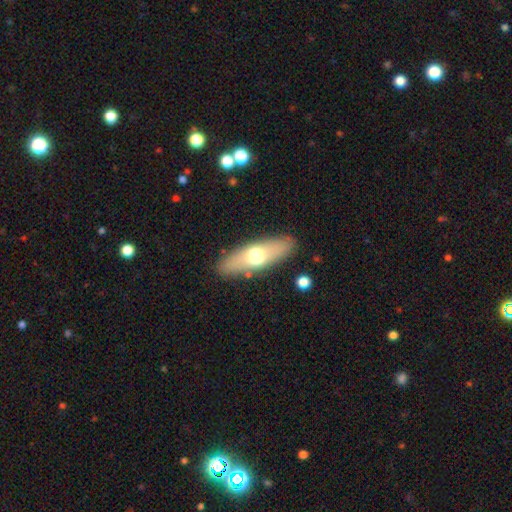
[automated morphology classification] A smooth galaxy with no disk features (59%) that is in between round and cigar-shaped (54%).

Vote fractions:
- Smooth or featured? smooth: 59% / featured or disk: 35% / star or artifact: 7%
- How rounded? in between: 54% / cigar-shaped: 43% / round: 3%
- Merging? none: 86% / minor disturbance: 9% / major disturbance: 3% / merger: 2%